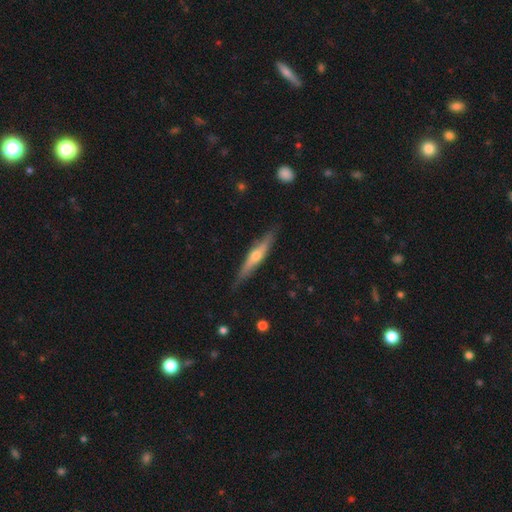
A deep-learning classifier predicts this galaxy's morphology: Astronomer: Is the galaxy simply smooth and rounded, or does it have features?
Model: featured or disk — 60%.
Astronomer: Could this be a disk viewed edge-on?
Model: yes — 93%.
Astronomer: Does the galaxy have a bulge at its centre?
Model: rounded — 86%.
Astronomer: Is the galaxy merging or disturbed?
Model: none — 83%.